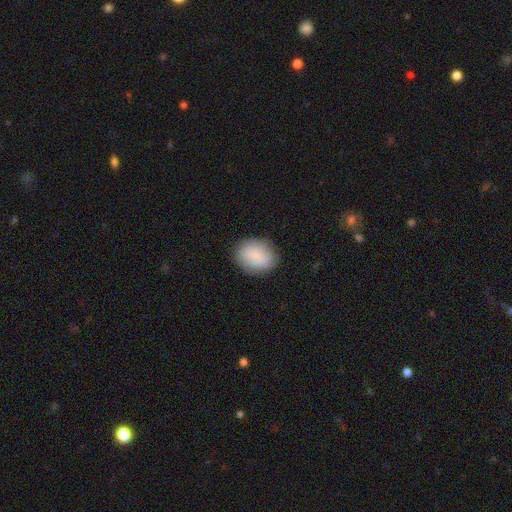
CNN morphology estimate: Smooth or featured? Predicted: smooth (p=0.85). How rounded? Predicted: in between (p=0.52). Merging? Predicted: none (p=0.81).